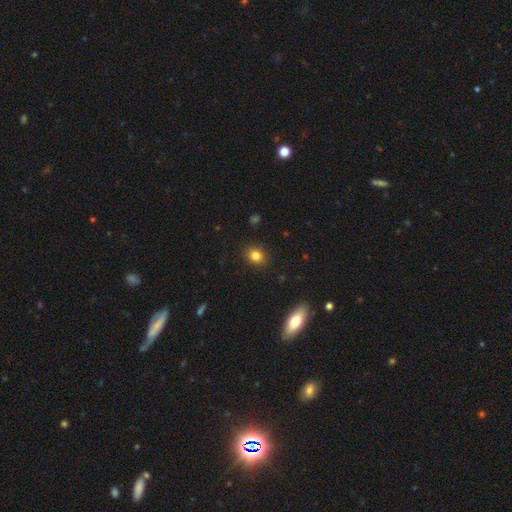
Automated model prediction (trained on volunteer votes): Smooth or featured? Predicted: smooth (p=0.83). How rounded? Predicted: round (p=0.63). Merging? Predicted: none (p=0.89).